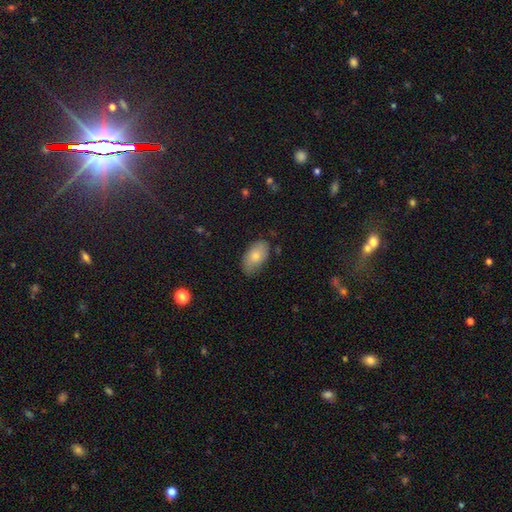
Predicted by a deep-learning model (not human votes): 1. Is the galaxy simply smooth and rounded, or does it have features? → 77% smooth, 16% featured or disk, 7% star or artifact.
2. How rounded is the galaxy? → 94% in between, 5% round, 2% cigar-shaped.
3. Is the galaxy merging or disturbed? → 74% none, 21% minor disturbance, 4% major disturbance, 1% merger.